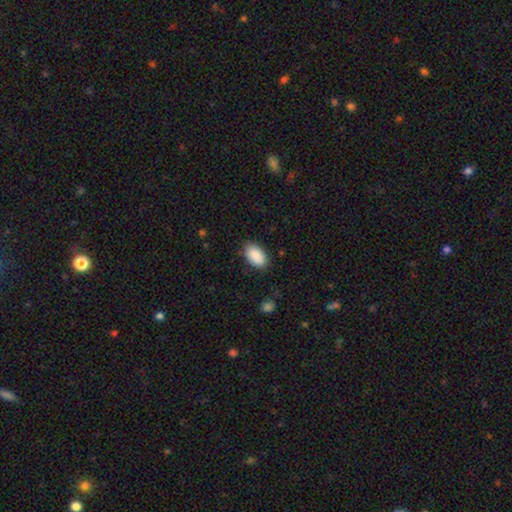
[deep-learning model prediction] A smooth galaxy with no disk features (91%) that is in between round and cigar-shaped (94%).

Vote fractions:
- Smooth or featured? smooth: 91% / star or artifact: 6% / featured or disk: 3%
- How rounded? in between: 94% / round: 5% / cigar-shaped: 1%
- Merging? none: 84% / minor disturbance: 12% / major disturbance: 3% / merger: 1%